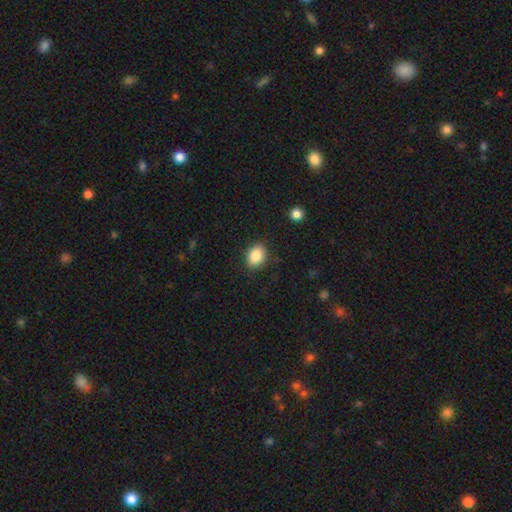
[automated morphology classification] Overall: smooth (86%). How rounded: in between (65%; round 34%). Merging: none (86%).